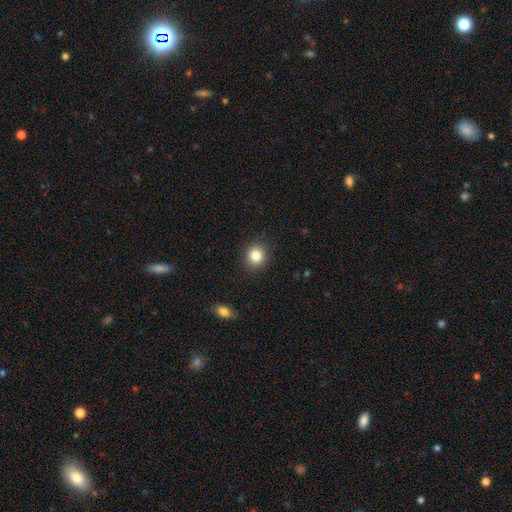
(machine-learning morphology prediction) Smooth or featured? Predicted: smooth (p=0.84). How rounded? Predicted: round (p=0.82). Merging? Predicted: none (p=0.90).